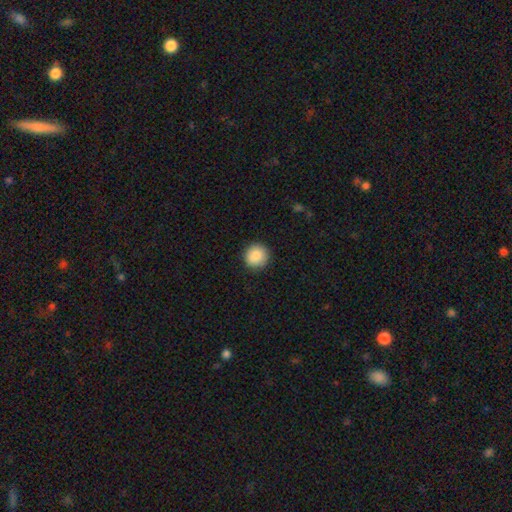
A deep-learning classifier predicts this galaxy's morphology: Q: Smooth or featured?
A: smooth (88%); runner-up: star or artifact (8%)
Q: How rounded?
A: round (94%); runner-up: in between (5%)
Q: Merging?
A: none (91%); runner-up: minor disturbance (7%)